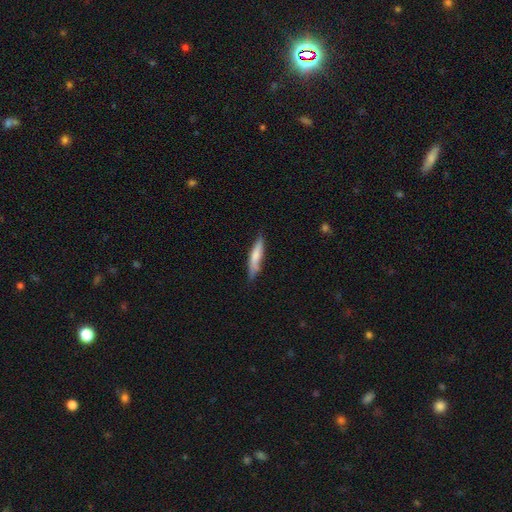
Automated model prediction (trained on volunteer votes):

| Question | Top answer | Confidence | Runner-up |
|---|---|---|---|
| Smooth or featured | smooth | 72% | featured or disk (22%) |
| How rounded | cigar-shaped | 85% | in between (14%) |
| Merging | none | 75% | minor disturbance (20%) |